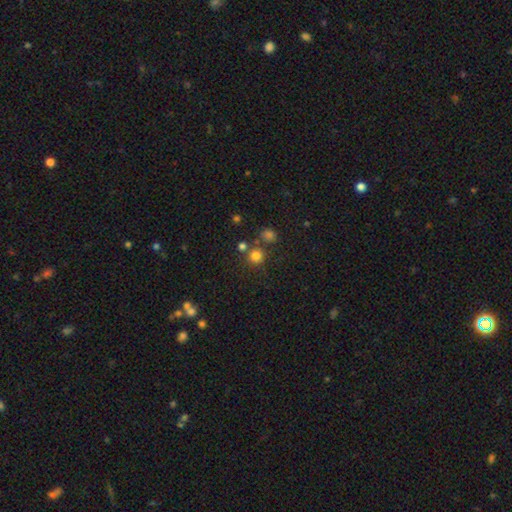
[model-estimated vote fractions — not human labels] Smooth or featured? smooth (76%)
How rounded? round (92%)
Merging? none (74%)